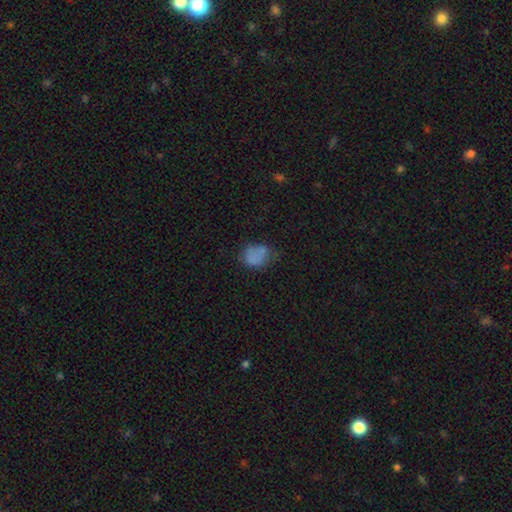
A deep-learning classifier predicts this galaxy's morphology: Smooth or featured? smooth (73%)
How rounded? in between (51%)
Merging? none (48%)